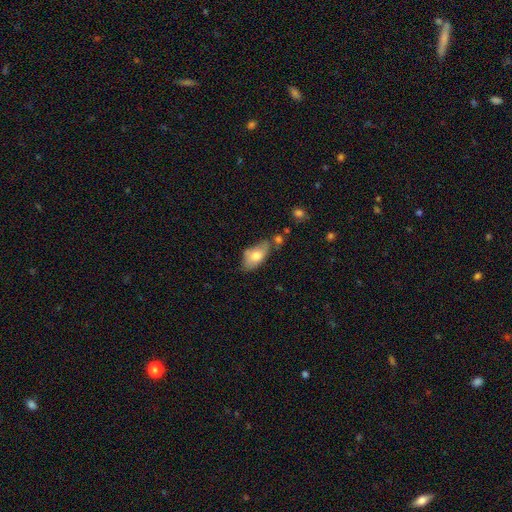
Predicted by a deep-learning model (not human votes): smooth 70%, featured or disk 23%, star or artifact 7%. Down the decision tree: how rounded — in between (90%); merging — none (45%).